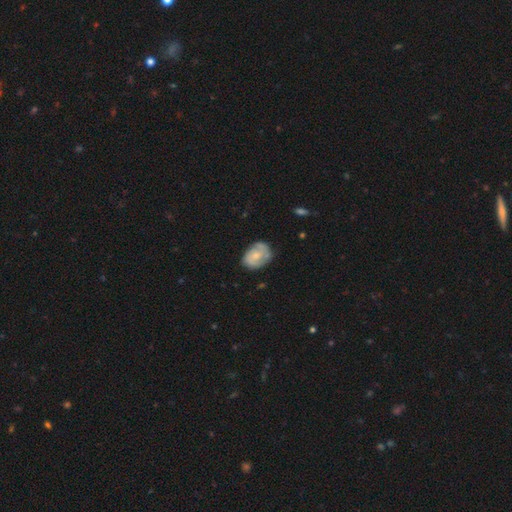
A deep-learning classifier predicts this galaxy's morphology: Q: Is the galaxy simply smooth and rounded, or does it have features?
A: featured or disk — 50%.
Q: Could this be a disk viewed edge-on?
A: no — 97%.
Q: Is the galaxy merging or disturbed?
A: none — 63%.